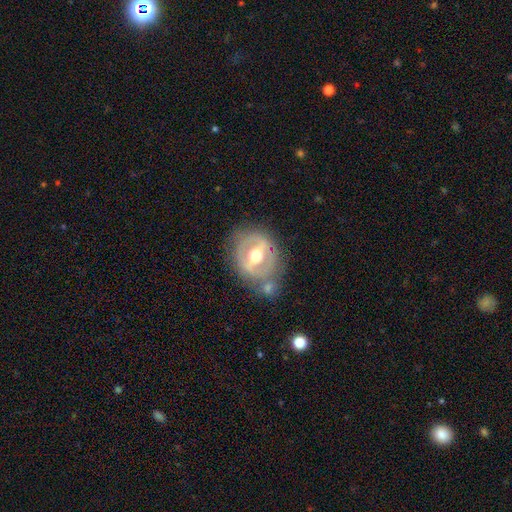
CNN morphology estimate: Overall: featured or disk (72%). Edge-on disk: no (94%). Bar: strong (44%; weak 36%). Spiral arms: no (61%; yes 39%). Bulge size: moderate (75%). Merging: none (61%).